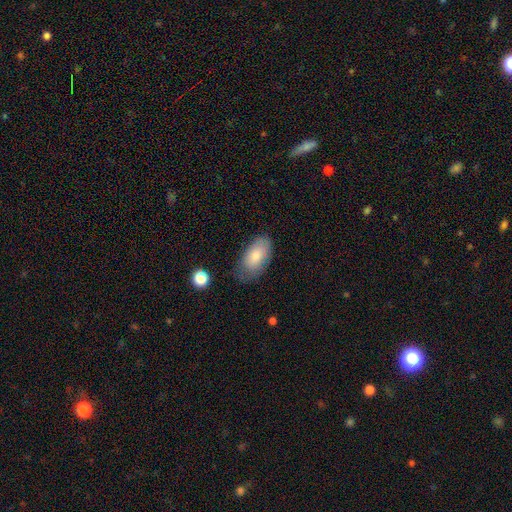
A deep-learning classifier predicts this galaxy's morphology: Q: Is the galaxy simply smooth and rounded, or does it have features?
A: smooth — 78%.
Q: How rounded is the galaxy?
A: in between — 94%.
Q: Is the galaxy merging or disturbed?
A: none — 63%.